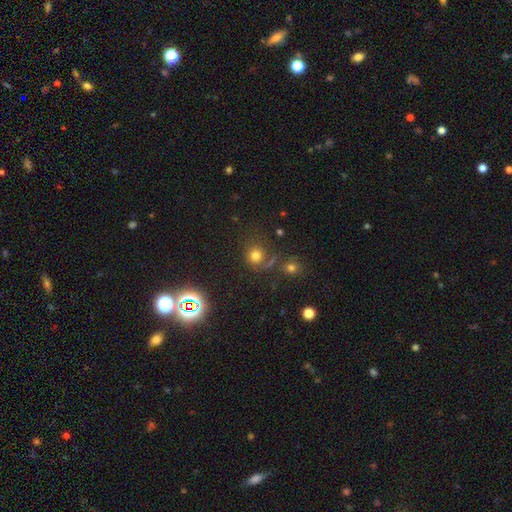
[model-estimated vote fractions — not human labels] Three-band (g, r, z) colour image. It shows a smooth galaxy with no disk features (71%) that is round (88%). Merging: none (70%).